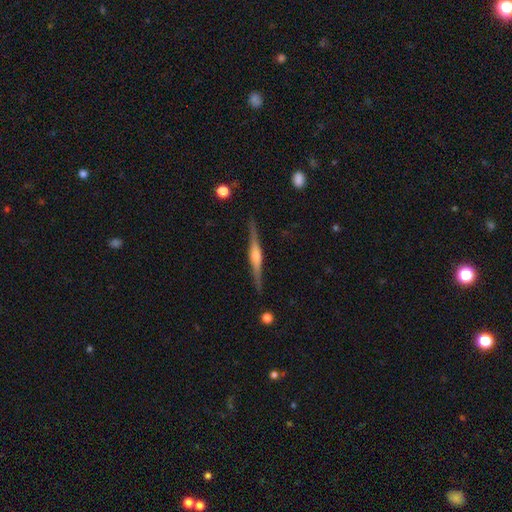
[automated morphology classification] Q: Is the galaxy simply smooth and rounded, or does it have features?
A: featured or disk — 80%.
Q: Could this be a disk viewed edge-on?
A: yes — 98%.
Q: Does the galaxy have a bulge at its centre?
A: rounded — 81%.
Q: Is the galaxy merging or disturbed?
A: none — 90%.